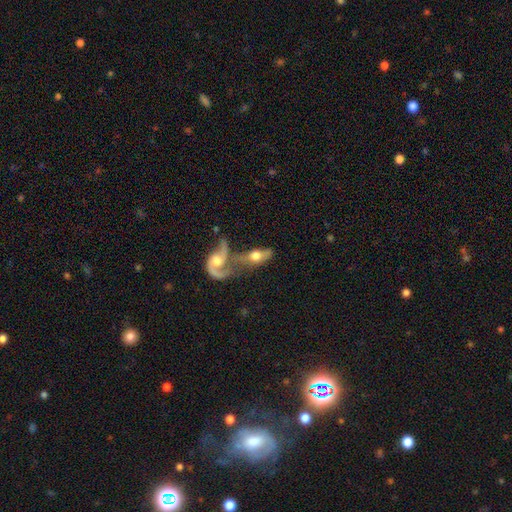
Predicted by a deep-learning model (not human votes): Overall: featured or disk (60%; smooth 33%). Edge-on disk: no (76%). Merging: merger (70%).